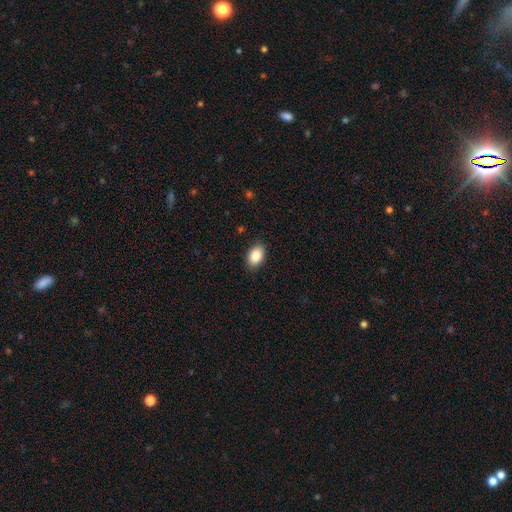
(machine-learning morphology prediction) Smooth or featured? Predicted: smooth (p=0.88). How rounded? Predicted: in between (p=0.88). Merging? Predicted: none (p=0.88).